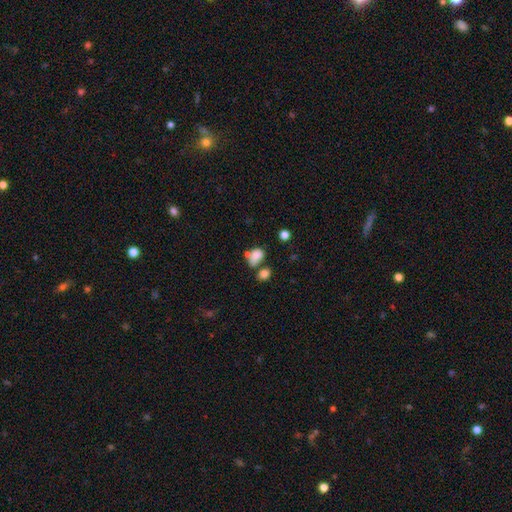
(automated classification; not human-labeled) Overall: smooth (79%). How rounded: in between (76%). Merging: merger (36%; none 34%).